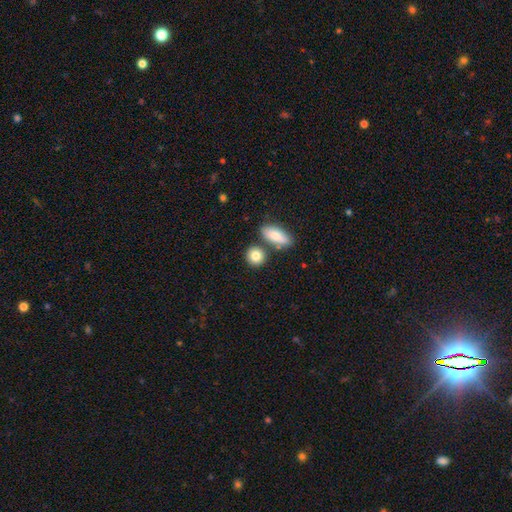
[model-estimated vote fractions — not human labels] The model was most divided on "how rounded": round: 74%, in between: 23%, cigar-shaped: 3%. More confident: smooth or featured — smooth (84%); merging — none (72%).